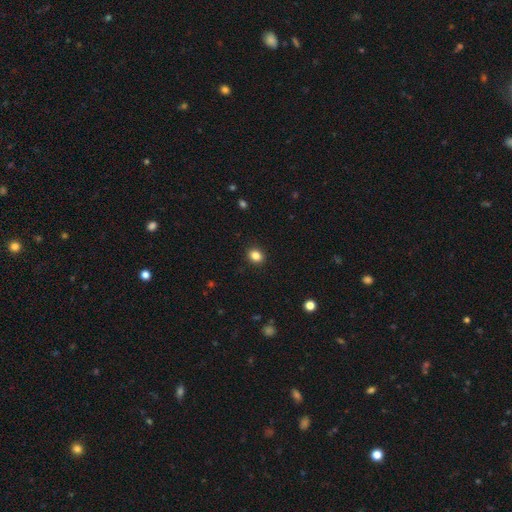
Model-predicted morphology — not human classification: Q: Smooth or featured?
A: smooth (85%); runner-up: star or artifact (11%)
Q: How rounded?
A: round (61%); runner-up: in between (38%)
Q: Merging?
A: none (91%); runner-up: minor disturbance (6%)